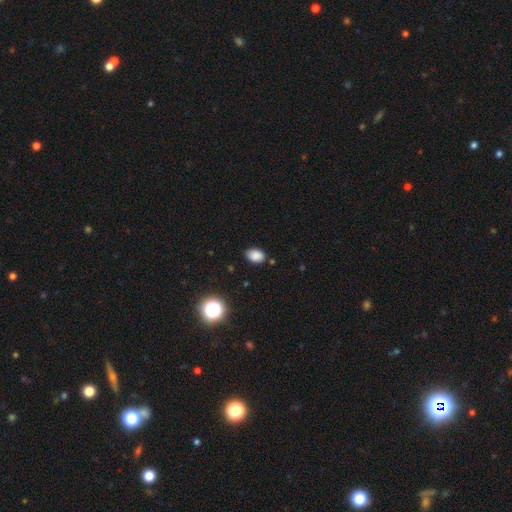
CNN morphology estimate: This is clearly a smooth galaxy (84%). How rounded: likely in between (76%). Merging: clearly none (84%).